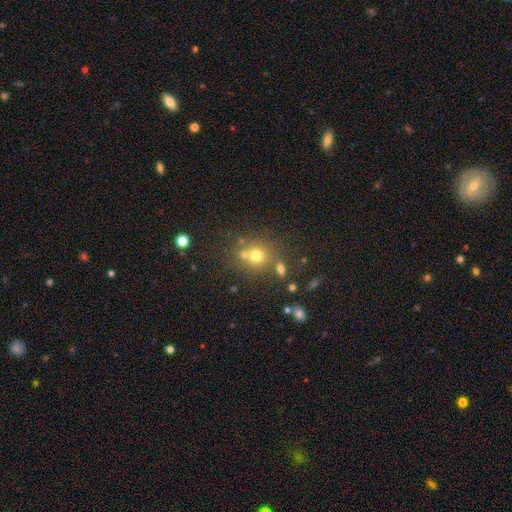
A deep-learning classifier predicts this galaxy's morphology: Q: Smooth or featured?
A: smooth (69%); runner-up: star or artifact (19%)
Q: How rounded?
A: round (85%); runner-up: in between (14%)
Q: Merging?
A: none (64%); runner-up: merger (22%)